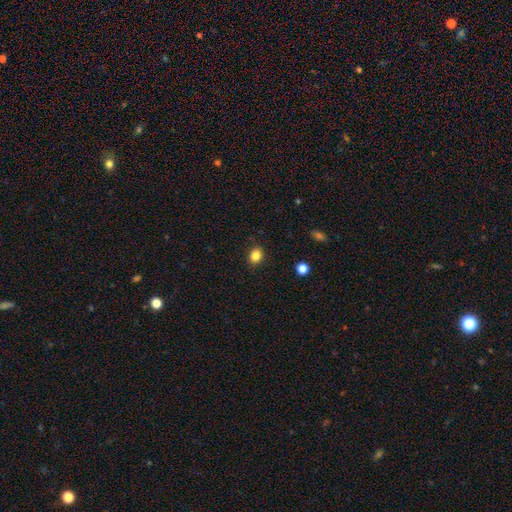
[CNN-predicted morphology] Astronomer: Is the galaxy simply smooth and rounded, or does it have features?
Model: smooth — 84%.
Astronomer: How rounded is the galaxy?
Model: in between — 50% (runner-up: round, 49%).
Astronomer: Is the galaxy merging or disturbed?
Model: none — 88%.